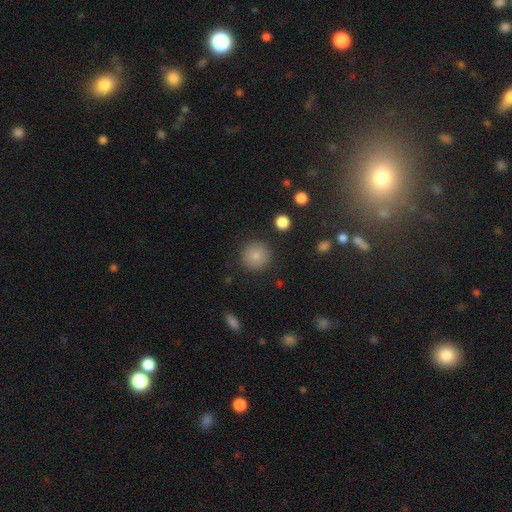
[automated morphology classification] Smooth or featured? smooth (83%)
How rounded? round (95%)
Merging? none (90%)